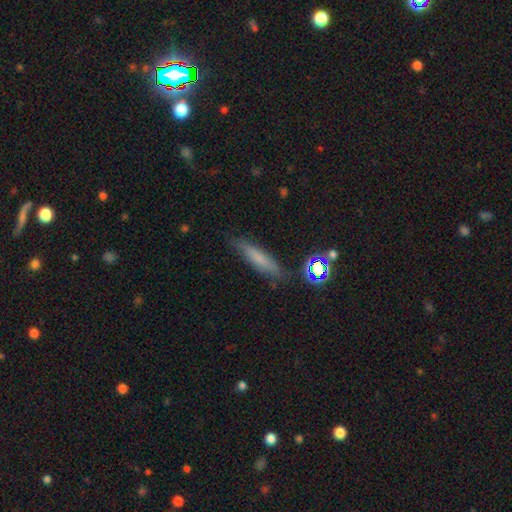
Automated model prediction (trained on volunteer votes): Smooth or featured: smooth — 60% (featured or disk — 25%)
How rounded: cigar-shaped — 82% (in between — 15%)
Merging: none — 84% (minor disturbance — 11%)